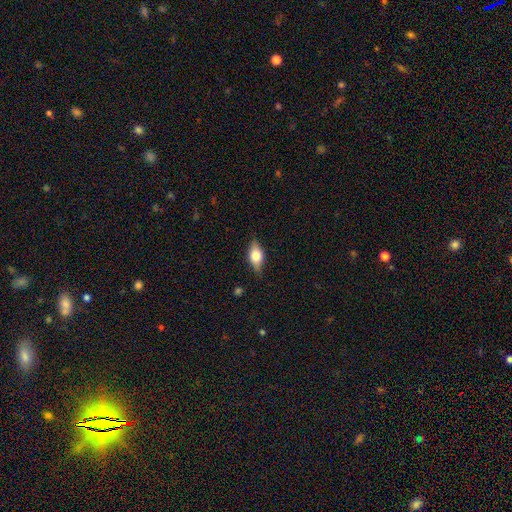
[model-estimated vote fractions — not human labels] smooth 59%, featured or disk 33%, star or artifact 8%. Down the decision tree: how rounded — in between (81%); merging — none (81%).